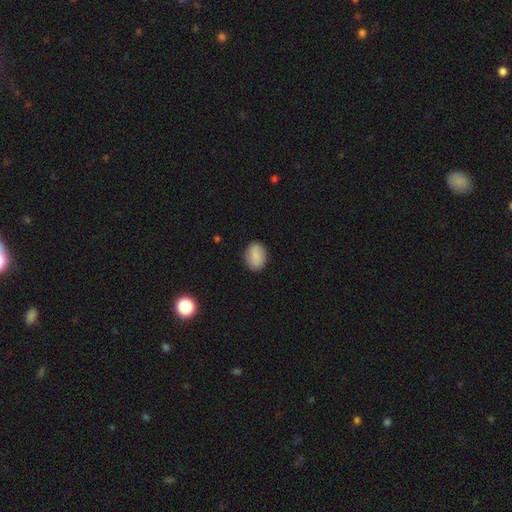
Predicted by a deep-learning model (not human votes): smooth 82%, featured or disk 10%, star or artifact 7%. Down the decision tree: how rounded — in between (66%); merging — none (85%).